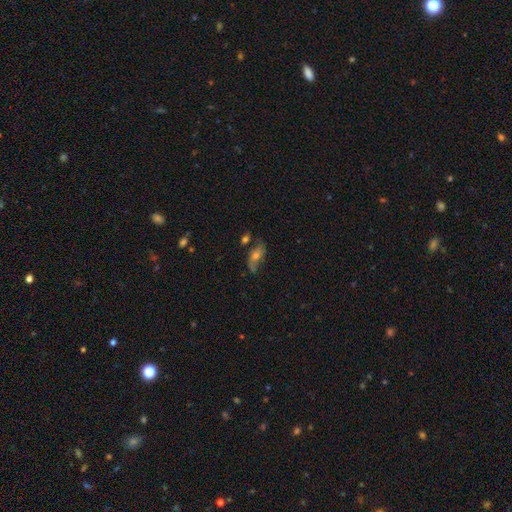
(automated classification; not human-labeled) Overall: featured or disk (54%; smooth 33%). Edge-on disk: no (85%). Merging: none (58%; minor disturbance 23%).